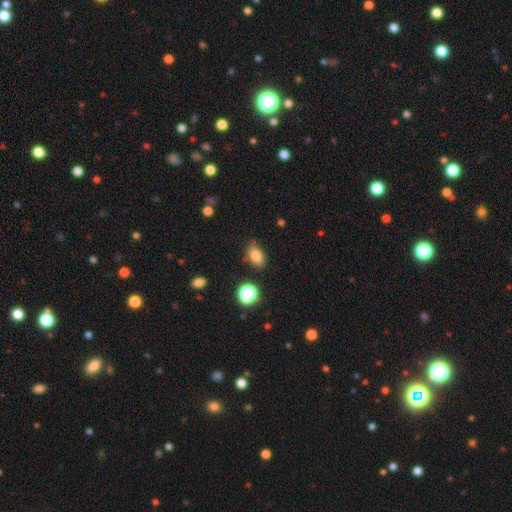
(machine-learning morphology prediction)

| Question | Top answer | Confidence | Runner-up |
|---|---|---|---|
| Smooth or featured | smooth | 82% | star or artifact (11%) |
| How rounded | in between | 86% | round (12%) |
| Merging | none | 77% | minor disturbance (16%) |